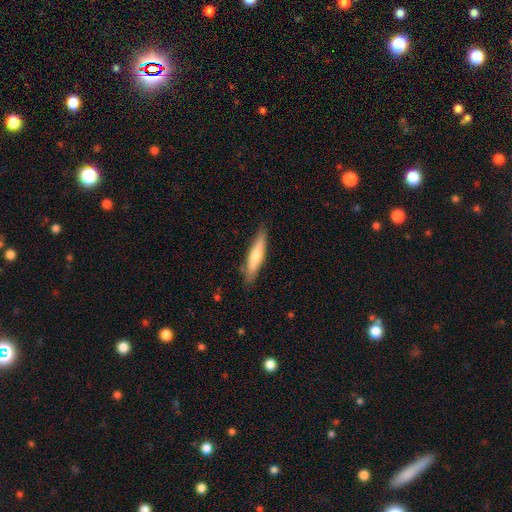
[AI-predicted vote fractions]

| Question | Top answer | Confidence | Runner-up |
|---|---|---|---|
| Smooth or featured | smooth | 63% | featured or disk (32%) |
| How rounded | cigar-shaped | 84% | in between (14%) |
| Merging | none | 82% | minor disturbance (14%) |